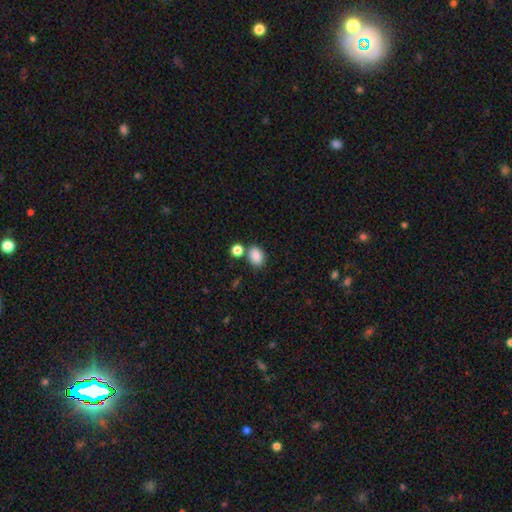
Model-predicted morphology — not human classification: smooth 86%, star or artifact 9%, featured or disk 5%. Down the decision tree: how rounded — in between (72%); merging — none (65%).